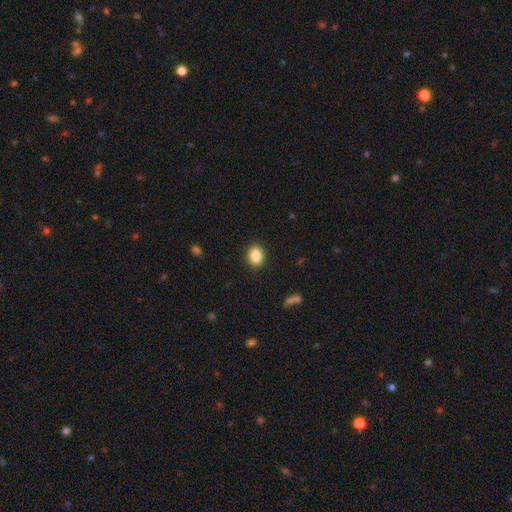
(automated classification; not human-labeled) This appears to be a smooth galaxy with no disk features (86%) that is round (53%). Merging: none (90%).